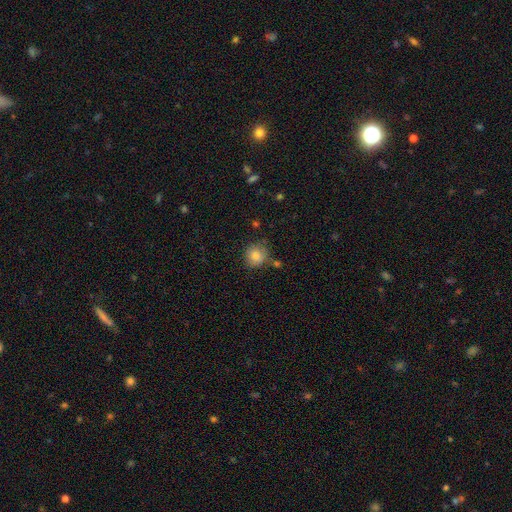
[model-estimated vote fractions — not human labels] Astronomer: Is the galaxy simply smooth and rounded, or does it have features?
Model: smooth — 83%.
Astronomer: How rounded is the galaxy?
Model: round — 89%.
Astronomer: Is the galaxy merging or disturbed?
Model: none — 74%.